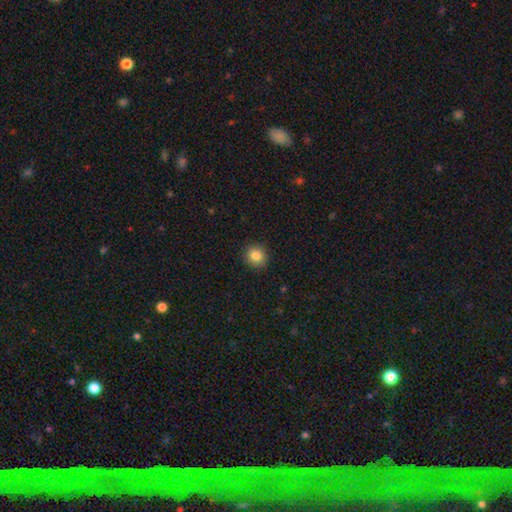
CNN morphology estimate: type=smooth (84%); roundness=round (88%); merging=none (90%).